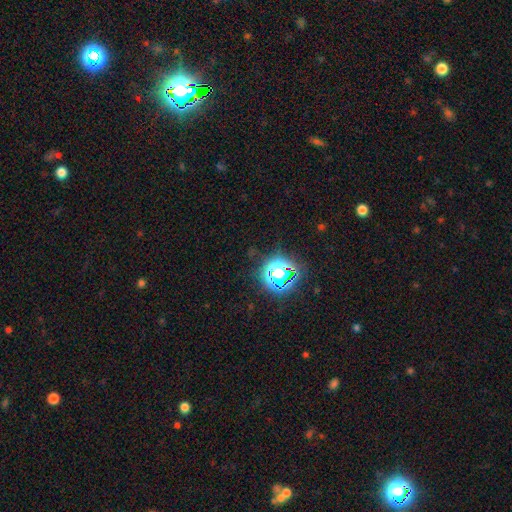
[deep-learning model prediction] smooth_or_featured: star or artifact (p=0.75) [alt: smooth p=0.17]